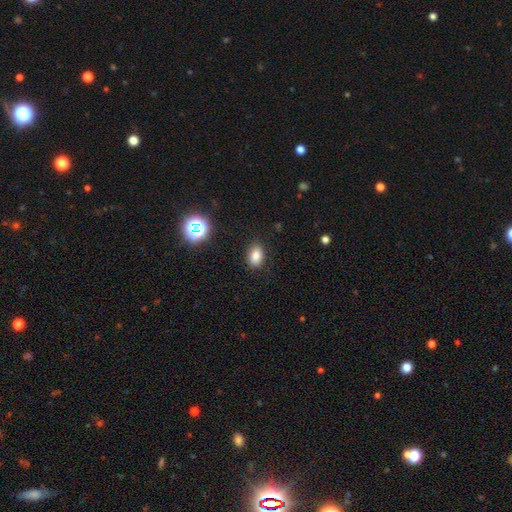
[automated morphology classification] Smooth or featured: smooth — 83% (star or artifact — 12%)
How rounded: in between — 83% (round — 15%)
Merging: none — 86% (minor disturbance — 10%)